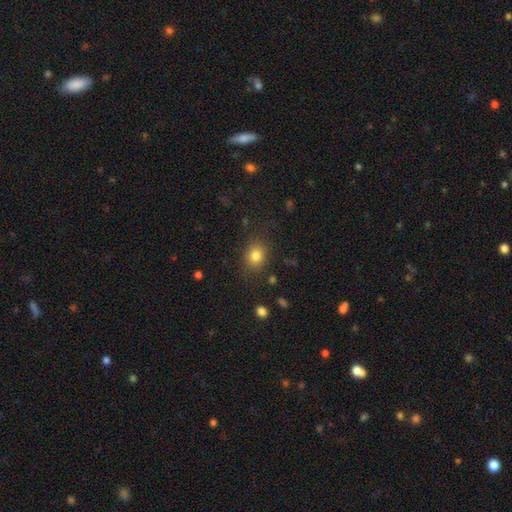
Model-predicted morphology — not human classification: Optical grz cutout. It shows a smooth galaxy with no disk features (81%) that is round (61%). Merging: none (82%).